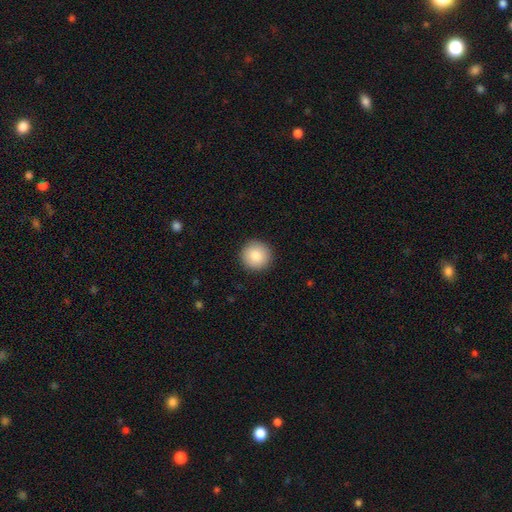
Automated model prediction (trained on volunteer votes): Smooth or featured: smooth — 84% (star or artifact — 8%)
How rounded: round — 96% (in between — 3%)
Merging: none — 92% (minor disturbance — 5%)